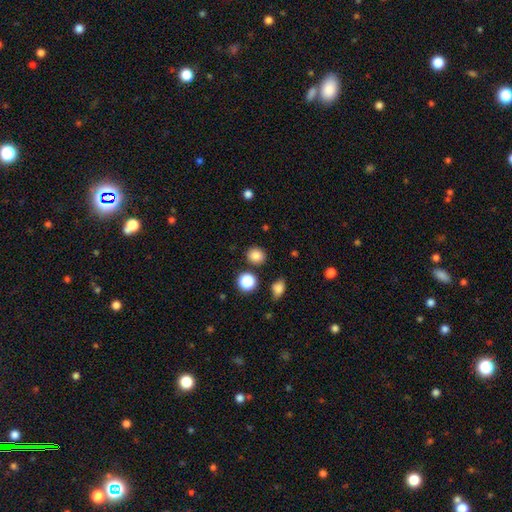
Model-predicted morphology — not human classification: type=smooth (83%); roundness=round (74%); merging=none (85%).